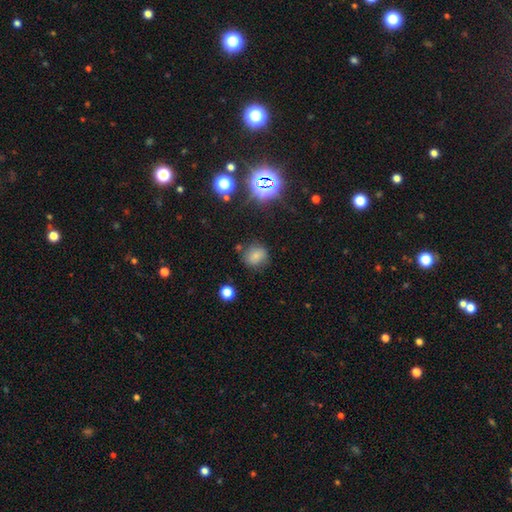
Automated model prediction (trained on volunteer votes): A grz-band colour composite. It shows a smooth galaxy with no disk features (72%) that is round (71%). Merging: none (77%).